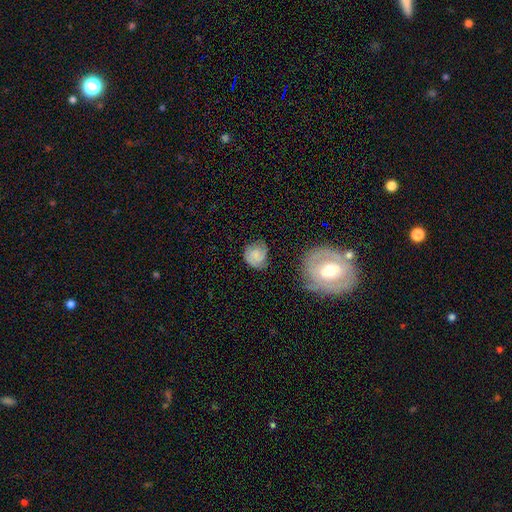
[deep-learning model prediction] The model was most divided on "smooth or featured": smooth: 51%, featured or disk: 39%, star or artifact: 10%. More confident: how rounded — round (73%); merging — none (62%).